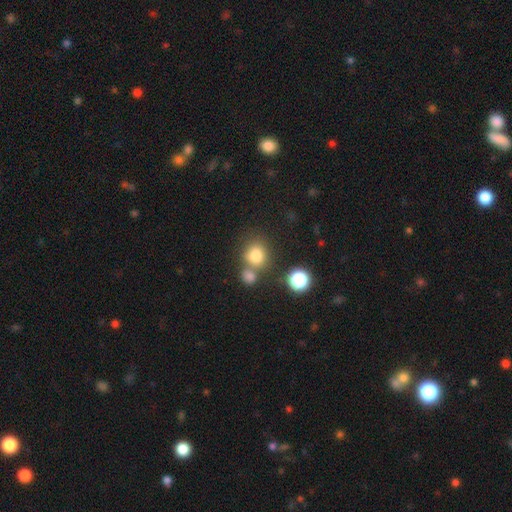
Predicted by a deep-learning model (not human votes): smooth_or_featured: smooth (p=0.77) [alt: star or artifact p=0.14]
how_rounded: round (p=0.79) [alt: in between p=0.20]
merging: none (p=0.58) [alt: merger p=0.27]